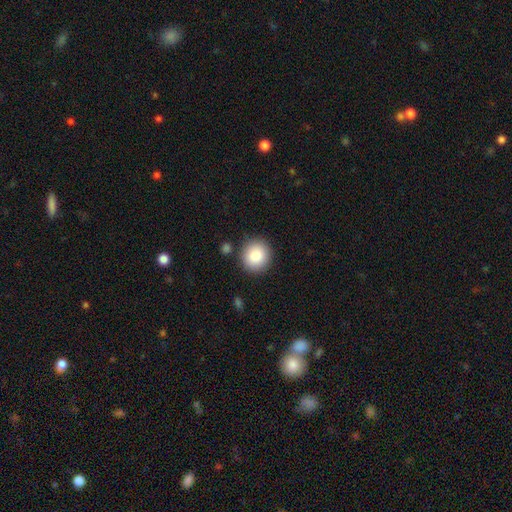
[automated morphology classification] smooth_or_featured: smooth (p=0.87) [alt: star or artifact p=0.08]
how_rounded: round (p=0.89) [alt: in between p=0.10]
merging: none (p=0.87) [alt: minor disturbance p=0.08]